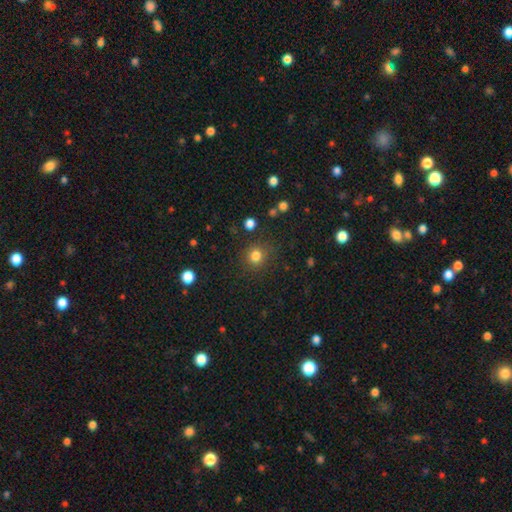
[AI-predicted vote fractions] Smooth or featured: smooth — 81% (star or artifact — 14%)
How rounded: round — 89% (in between — 10%)
Merging: none — 85% (minor disturbance — 9%)